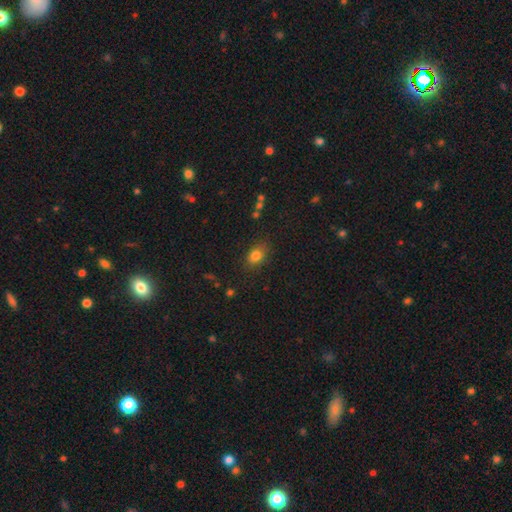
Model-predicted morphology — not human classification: This appears to be a smooth galaxy with no disk features (81%) that is in between round and cigar-shaped (72%). Merging: none (80%).